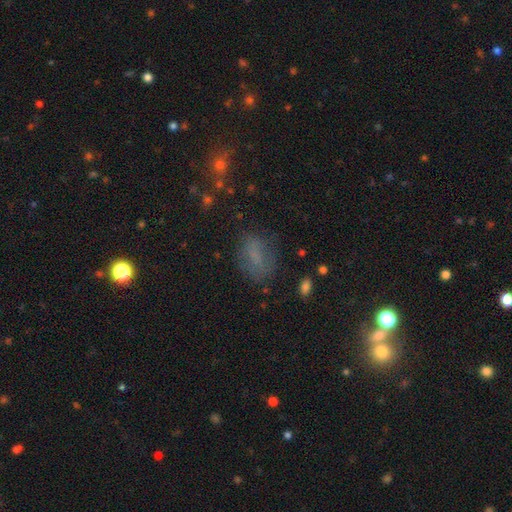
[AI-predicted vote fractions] This is likely a smooth galaxy (61%). How rounded: likely in between (79%). Merging: likely none (65%).